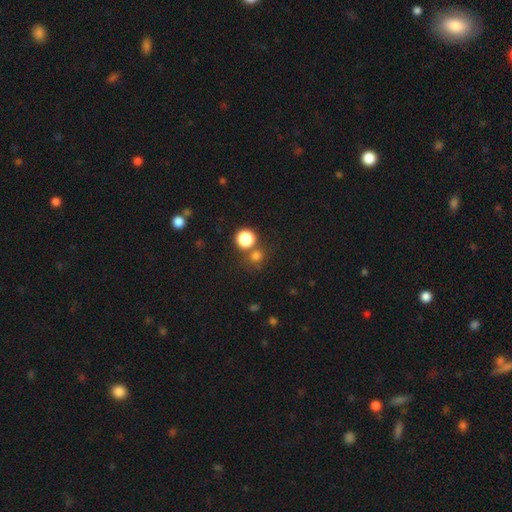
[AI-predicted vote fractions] smooth_or_featured: smooth (p=0.75) [alt: star or artifact p=0.20]
how_rounded: round (p=0.86) [alt: in between p=0.13]
merging: none (p=0.66) [alt: merger p=0.22]